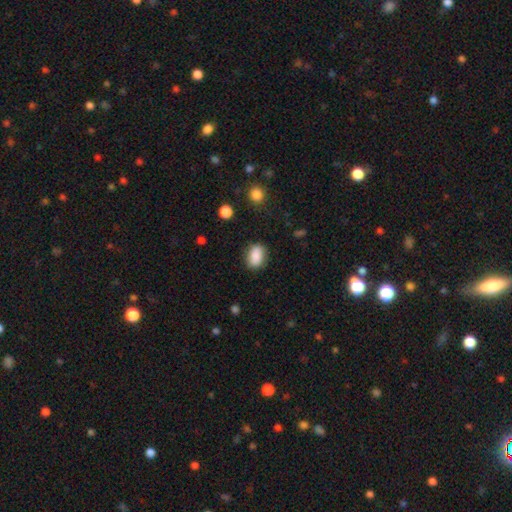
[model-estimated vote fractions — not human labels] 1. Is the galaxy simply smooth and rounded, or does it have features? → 88% smooth, 7% star or artifact, 5% featured or disk.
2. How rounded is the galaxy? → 83% in between, 15% round, 2% cigar-shaped.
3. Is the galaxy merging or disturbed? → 81% none, 14% minor disturbance, 4% major disturbance, 1% merger.